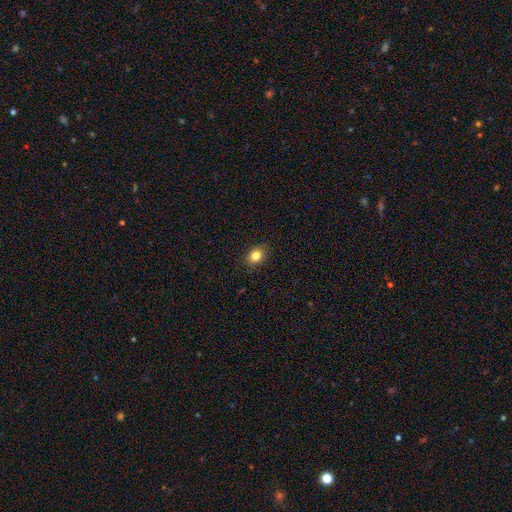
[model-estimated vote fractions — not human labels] Smooth or featured? Predicted: smooth (p=0.83). How rounded? Predicted: in between (p=0.61). Merging? Predicted: none (p=0.88).